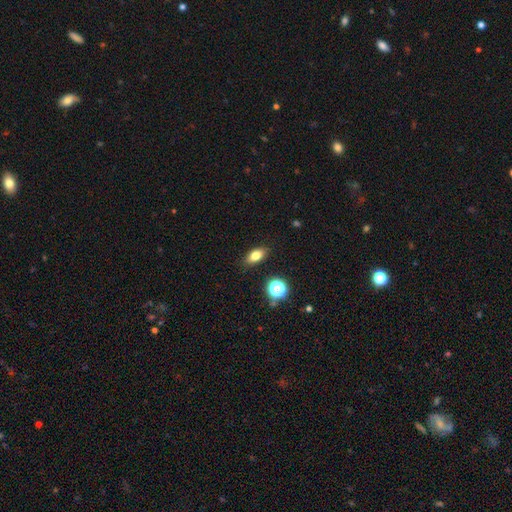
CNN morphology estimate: This appears to be a smooth galaxy with no disk features (78%) that is in between round and cigar-shaped (81%). Merging: none (87%).